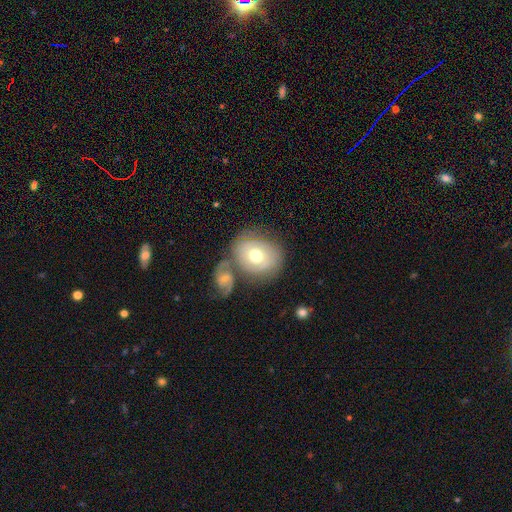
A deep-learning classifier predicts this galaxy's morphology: A smooth galaxy with no disk features (49%). Merging: none (46%).